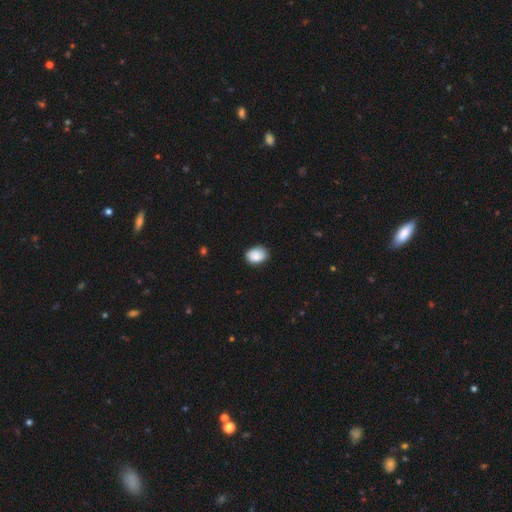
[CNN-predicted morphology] This is clearly a smooth galaxy (87%). How rounded: likely in between (71%). Merging: likely none (75%).